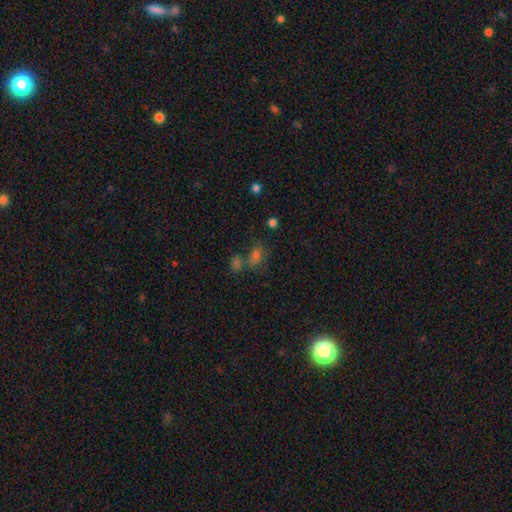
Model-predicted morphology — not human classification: Q: Smooth or featured?
A: smooth (53%); runner-up: star or artifact (32%)
Q: How rounded?
A: in between (62%); runner-up: round (35%)
Q: Merging?
A: none (46%); runner-up: merger (33%)